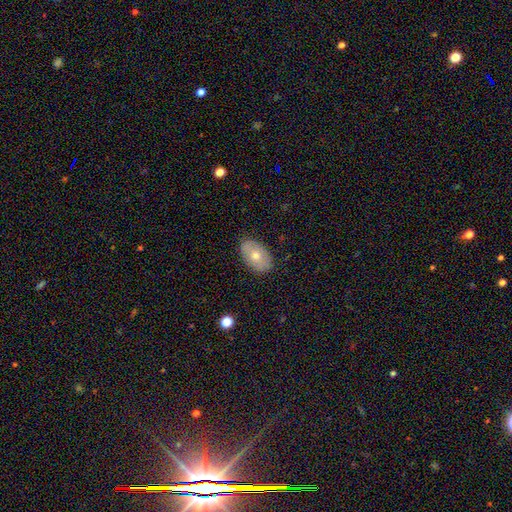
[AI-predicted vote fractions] smooth-or-featured: smooth: 60% | featured or disk: 32% | star or artifact: 8%
  how-rounded: in between: 89% | round: 10% | cigar-shaped: 1%
  merging: none: 85% | minor disturbance: 12% | major disturbance: 2% | merger: 1%